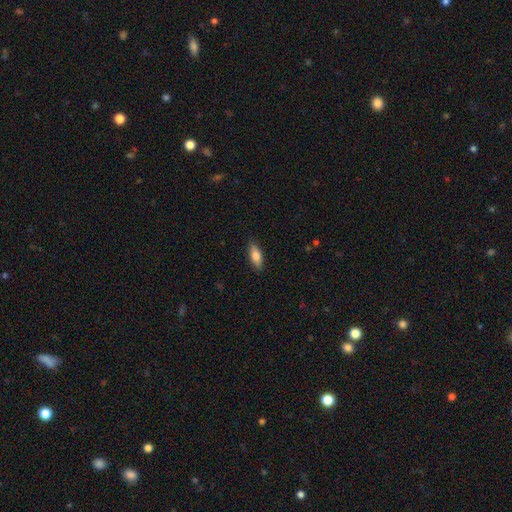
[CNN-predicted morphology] This appears to be a smooth galaxy with no disk features (79%) that is in between round and cigar-shaped (71%). Merging: none (87%).